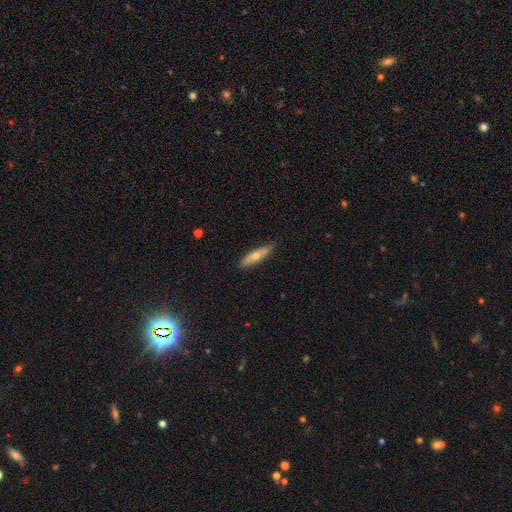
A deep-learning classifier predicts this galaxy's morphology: smooth-or-featured: smooth: 61% | featured or disk: 34% | star or artifact: 6%
  how-rounded: cigar-shaped: 73% | in between: 25% | round: 2%
  merging: none: 86% | minor disturbance: 11% | major disturbance: 2% | merger: 1%